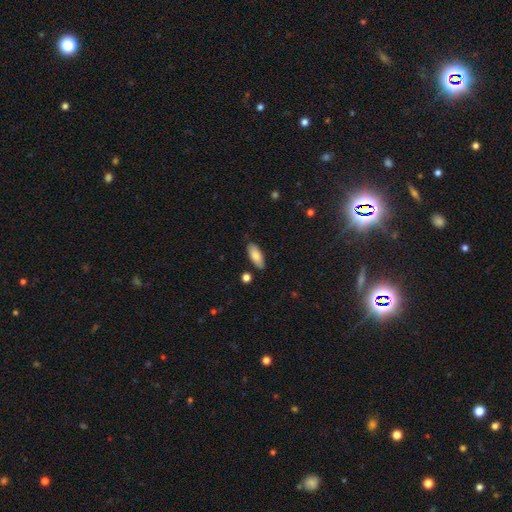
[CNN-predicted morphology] The model was most divided on "how rounded": in between: 82%, cigar-shaped: 16%, round: 2%. More confident: merging — none (84%); smooth or featured — smooth (81%).